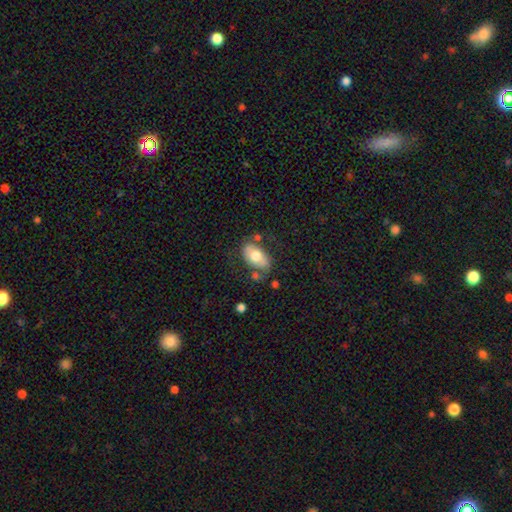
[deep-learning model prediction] Overall: smooth (65%; featured or disk 28%). How rounded: in between (92%). Merging: none (63%).